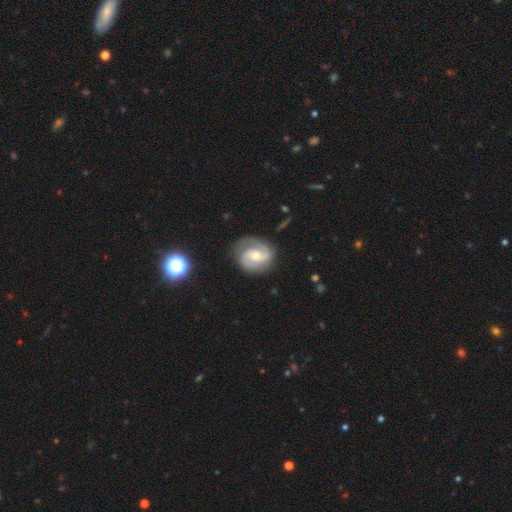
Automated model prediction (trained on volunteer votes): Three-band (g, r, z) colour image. It shows a featured or disk galaxy (84%) with no bar (47%), 2 (86%) medium (50%) spiral arms (96%) and a moderate central bulge (52%). Merging: none (78%).